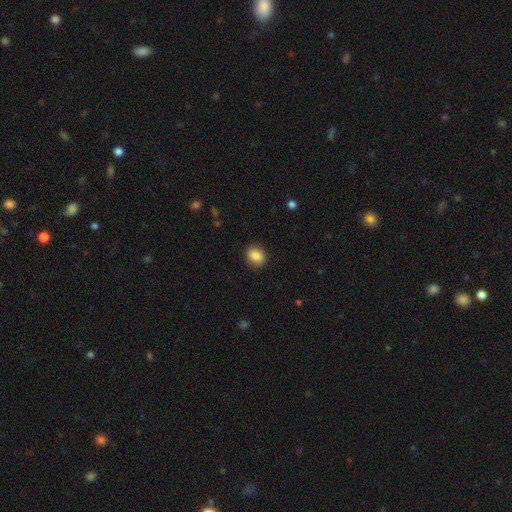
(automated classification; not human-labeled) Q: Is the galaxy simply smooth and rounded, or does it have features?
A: smooth — 87%.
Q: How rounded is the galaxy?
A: round — 58%.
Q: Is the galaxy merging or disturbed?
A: none — 89%.